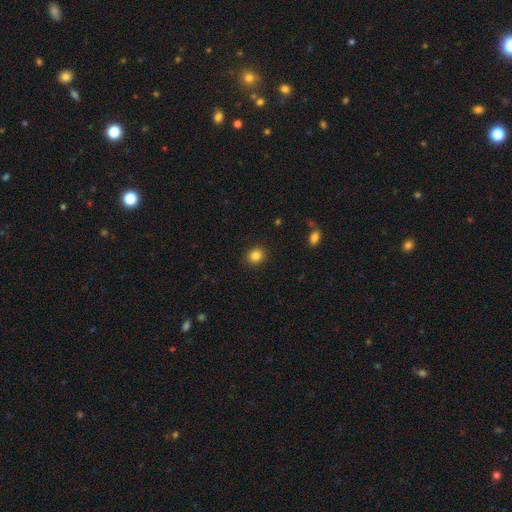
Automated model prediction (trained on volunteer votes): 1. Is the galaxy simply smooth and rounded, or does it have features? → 84% smooth, 11% star or artifact, 5% featured or disk.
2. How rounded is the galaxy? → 80% round, 19% in between, 1% cigar-shaped.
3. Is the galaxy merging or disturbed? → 91% none, 6% minor disturbance, 2% major disturbance, 1% merger.